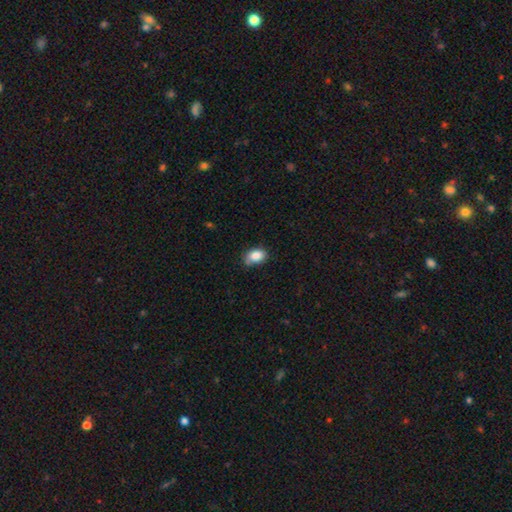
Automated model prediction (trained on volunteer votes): smooth_or_featured: smooth (p=0.85) [alt: star or artifact p=0.09]
how_rounded: in between (p=0.78) [alt: round p=0.21]
merging: none (p=0.67) [alt: minor disturbance p=0.25]